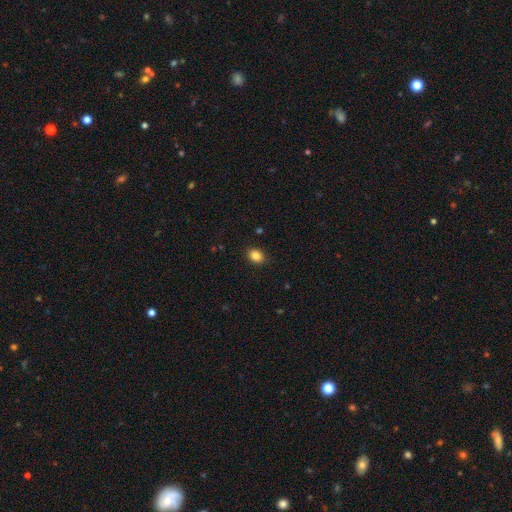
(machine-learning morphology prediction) Smooth or featured? Predicted: smooth (p=0.86). How rounded? Predicted: in between (p=0.63). Merging? Predicted: none (p=0.88).